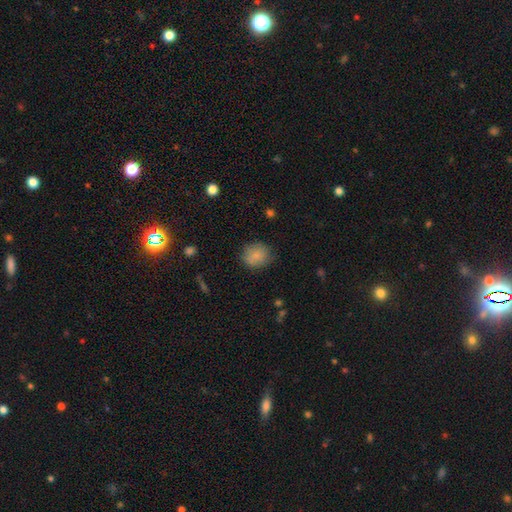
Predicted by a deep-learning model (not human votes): Smooth or featured? Predicted: smooth (p=0.84). How rounded? Predicted: round (p=0.78). Merging? Predicted: none (p=0.79).